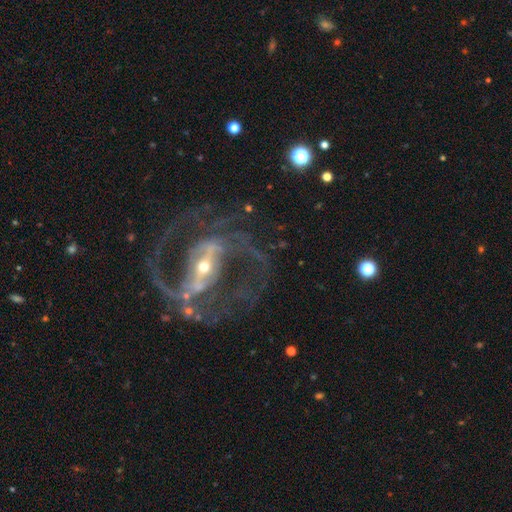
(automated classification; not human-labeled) Smooth or featured?
  - featured or disk: 87% *
  - star or artifact: 7%
  - smooth: 6%
Edge-on disk?
  - no: 94% *
  - yes: 6%
Bar?
  - strong: 63% *
  - weak: 22%
  - no: 15%
Spiral arms?
  - yes: 79% *
  - no: 21%
Spiral winding?
  - medium: 51% *
  - tight: 27%
  - loose: 23%
Spiral arm count?
  - 2: 76% *
  - can't tell: 11%
  - 3: 5%
  - 1: 4%
  - 4: 2%
  - more than 4: 2%
Bulge size?
  - small: 60% *
  - moderate: 34%
  - large: 4%
  - none: 2%
  - dominant: 1%
Merging?
  - none: 60% *
  - major disturbance: 22%
  - minor disturbance: 14%
  - merger: 4%